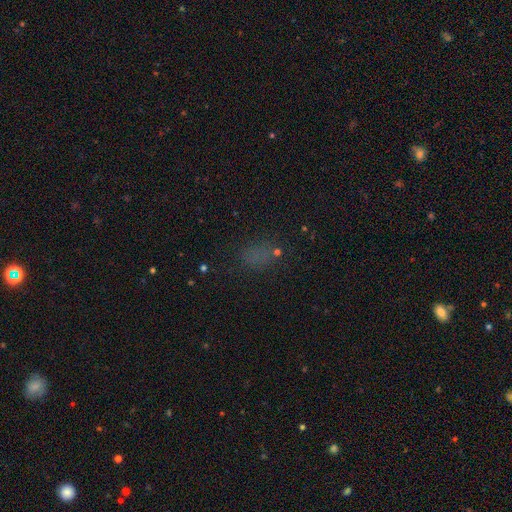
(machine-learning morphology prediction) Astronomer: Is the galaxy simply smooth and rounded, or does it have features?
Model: smooth — 58%.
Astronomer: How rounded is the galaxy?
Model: in between — 71%.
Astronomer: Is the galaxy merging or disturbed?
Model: none — 67%.